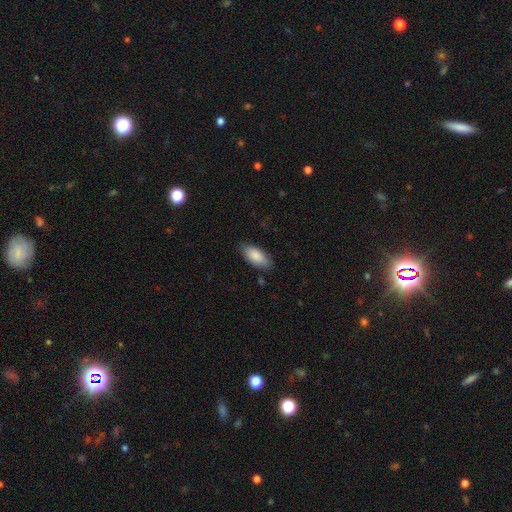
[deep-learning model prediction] smooth 86%, featured or disk 8%, star or artifact 6%. Down the decision tree: how rounded — in between (90%); merging — none (82%).